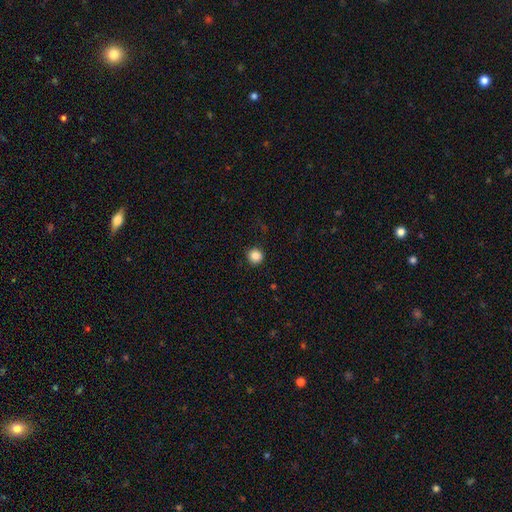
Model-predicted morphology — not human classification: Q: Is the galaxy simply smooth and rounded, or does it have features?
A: smooth — 86%.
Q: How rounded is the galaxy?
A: round — 94%.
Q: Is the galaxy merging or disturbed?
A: none — 91%.